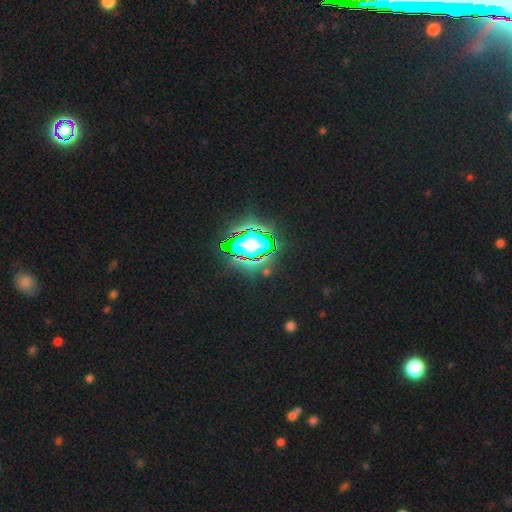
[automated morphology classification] Smooth or featured? star or artifact (82%)